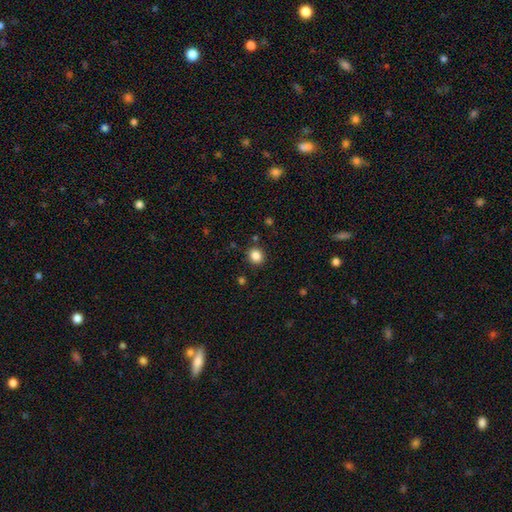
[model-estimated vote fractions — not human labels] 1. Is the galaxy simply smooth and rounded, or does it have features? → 84% smooth, 11% star or artifact, 4% featured or disk.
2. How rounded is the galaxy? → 78% round, 21% in between, 1% cigar-shaped.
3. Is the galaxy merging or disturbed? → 88% none, 7% minor disturbance, 3% merger, 2% major disturbance.